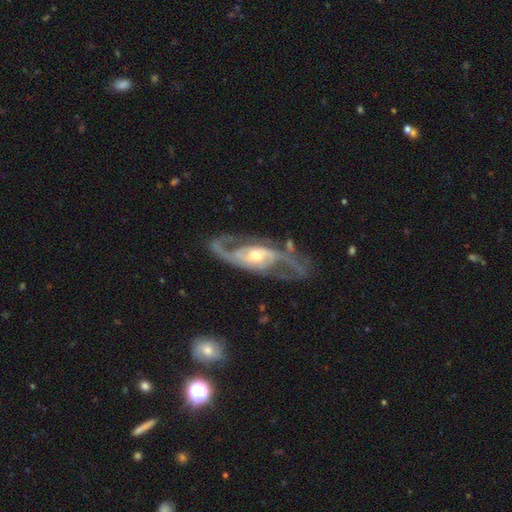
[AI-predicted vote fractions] A featured or disk galaxy (90%) with no bar (48%), 2 (87%) medium (48%) spiral arms (94%) and a moderate central bulge (63%). Merging: none (65%).